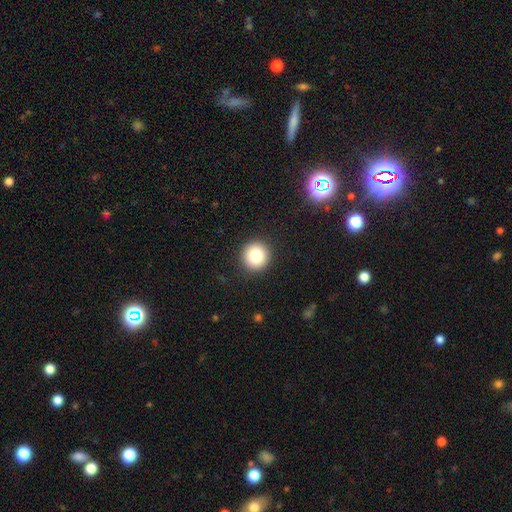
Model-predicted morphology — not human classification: Q: Smooth or featured?
A: smooth (82%); runner-up: star or artifact (10%)
Q: How rounded?
A: round (94%); runner-up: in between (5%)
Q: Merging?
A: none (92%); runner-up: minor disturbance (5%)